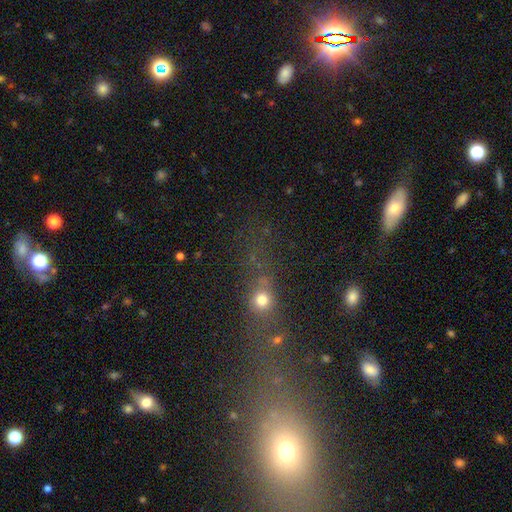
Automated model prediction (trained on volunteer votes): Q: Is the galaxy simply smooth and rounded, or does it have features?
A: star or artifact — 47%.